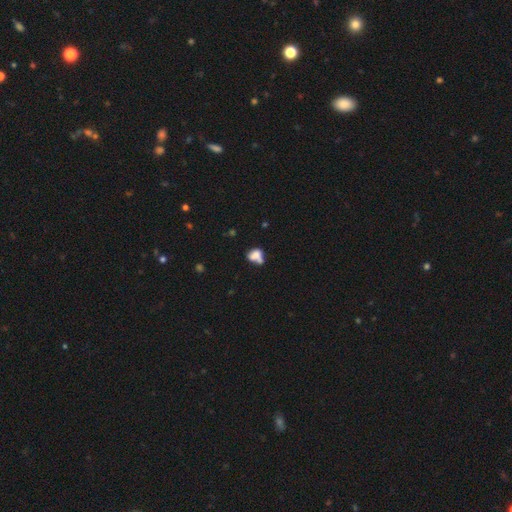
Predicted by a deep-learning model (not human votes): A smooth galaxy with no disk features (71%) that is in between round and cigar-shaped (69%). Merging: merger (41%).